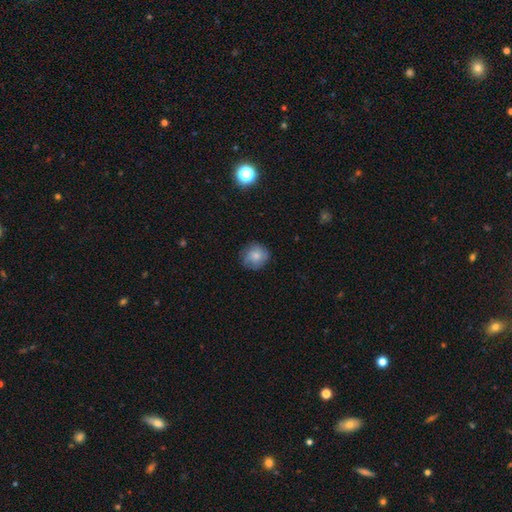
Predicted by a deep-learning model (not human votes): smooth 74%, featured or disk 18%, star or artifact 9%. Down the decision tree: how rounded — round (89%); merging — none (79%).